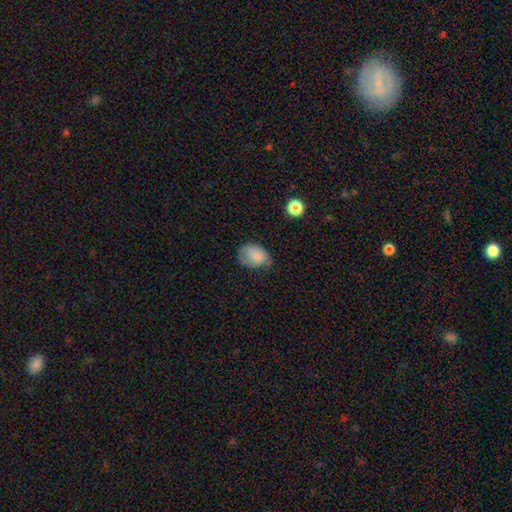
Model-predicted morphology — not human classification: A smooth galaxy with no disk features (81%) that is in between round and cigar-shaped (72%).

Vote fractions:
- Smooth or featured? smooth: 81% / featured or disk: 11% / star or artifact: 8%
- How rounded? in between: 72% / round: 27% / cigar-shaped: 1%
- Merging? none: 53% / minor disturbance: 34% / major disturbance: 10% / merger: 2%